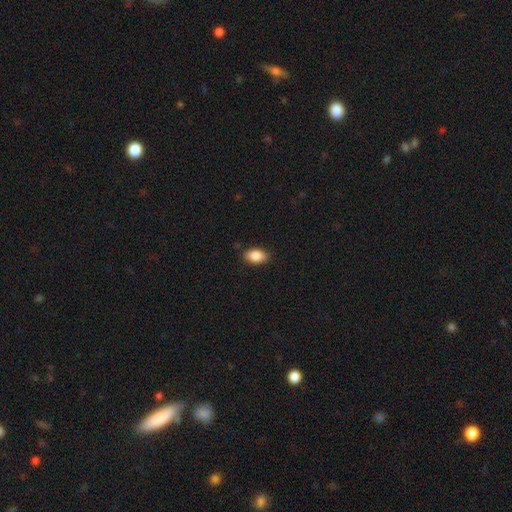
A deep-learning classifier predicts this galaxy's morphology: Q: Smooth or featured?
A: smooth (86%); runner-up: star or artifact (7%)
Q: How rounded?
A: in between (90%); runner-up: round (8%)
Q: Merging?
A: none (85%); runner-up: minor disturbance (11%)